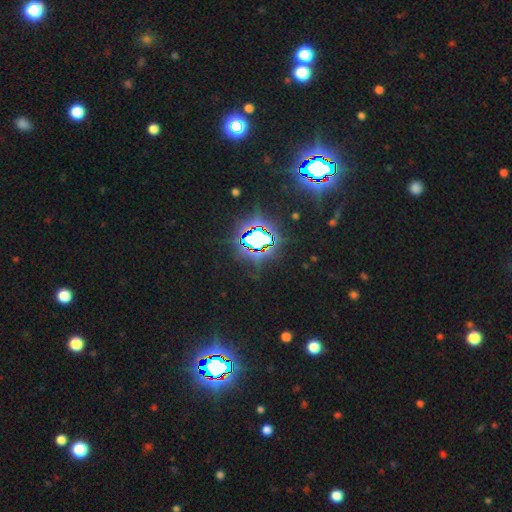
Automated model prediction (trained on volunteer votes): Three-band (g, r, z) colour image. It shows a star or artifact, not a galaxy (81%).